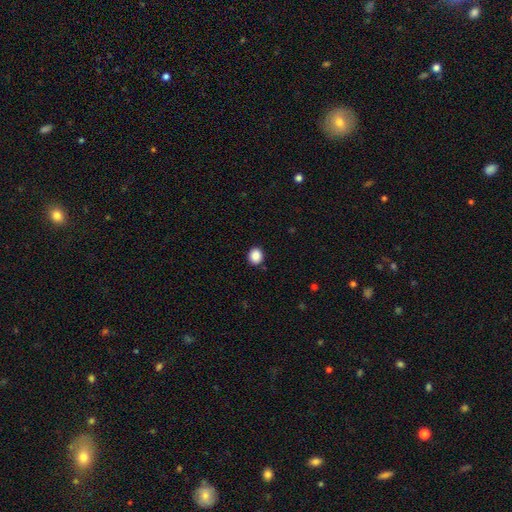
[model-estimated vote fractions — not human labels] The model was most divided on "how rounded": round: 79%, in between: 20%, cigar-shaped: 1%. More confident: merging — none (90%); smooth or featured — smooth (88%).